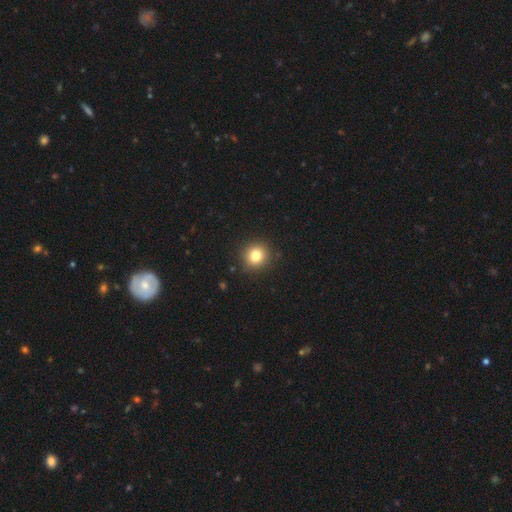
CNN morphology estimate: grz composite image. It shows a smooth galaxy with no disk features (81%) that is round (91%). Merging: none (91%).